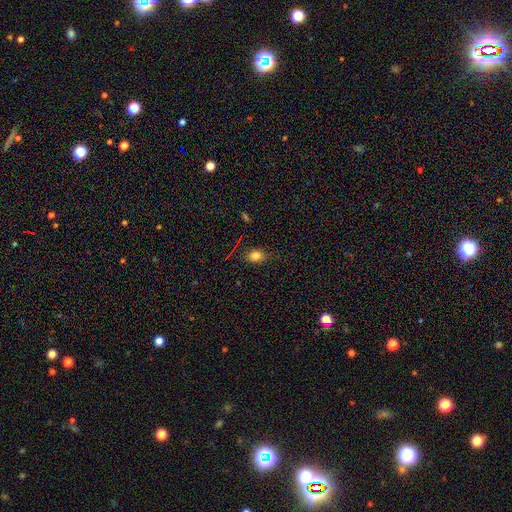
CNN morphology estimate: This appears to be a smooth galaxy with no disk features (78%) that is in between round and cigar-shaped (49%, tied with round). Merging: none (80%).